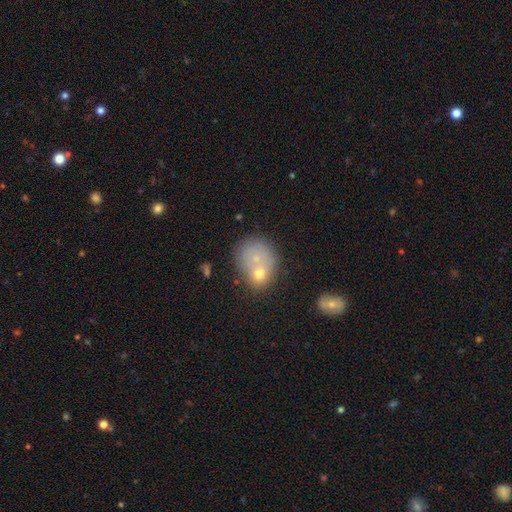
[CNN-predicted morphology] Q: Smooth or featured?
A: smooth (65%); runner-up: featured or disk (24%)
Q: How rounded?
A: round (66%); runner-up: in between (33%)
Q: Merging?
A: merger (55%); runner-up: none (29%)